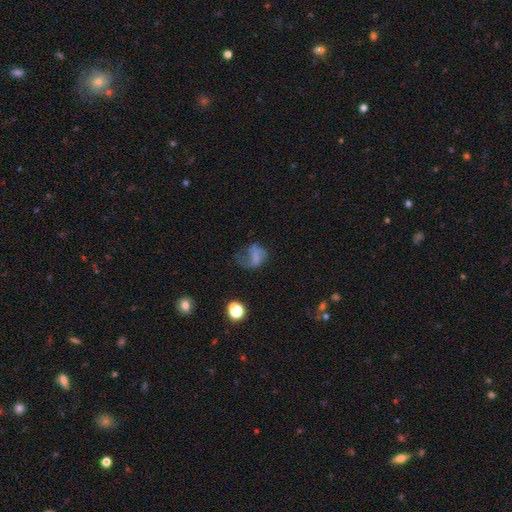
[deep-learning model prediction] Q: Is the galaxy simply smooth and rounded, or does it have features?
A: smooth — 45%.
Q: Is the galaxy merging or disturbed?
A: major disturbance — 43%.